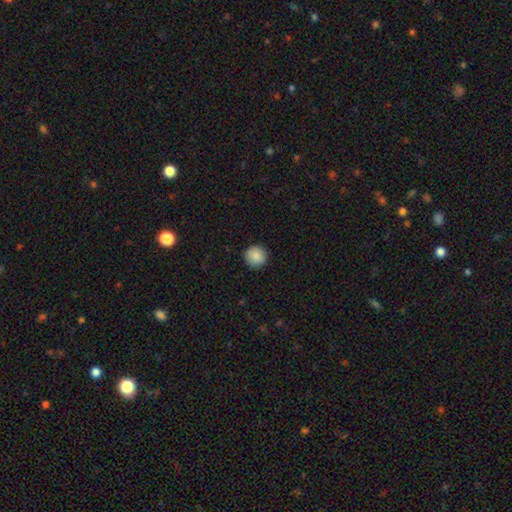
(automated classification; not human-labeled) smooth_or_featured: smooth (p=0.88) [alt: star or artifact p=0.08]
how_rounded: round (p=0.95) [alt: in between p=0.04]
merging: none (p=0.91) [alt: minor disturbance p=0.06]